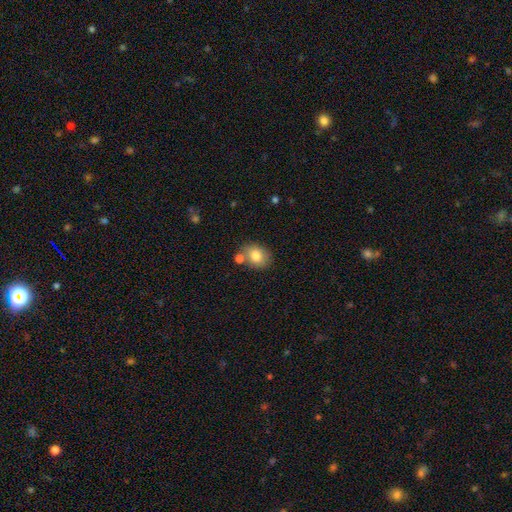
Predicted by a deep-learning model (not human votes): smooth-or-featured: smooth: 79% | featured or disk: 12% | star or artifact: 9%
  how-rounded: in between: 55% | round: 44% | cigar-shaped: 1%
  merging: none: 68% | merger: 15% | minor disturbance: 14% | major disturbance: 3%